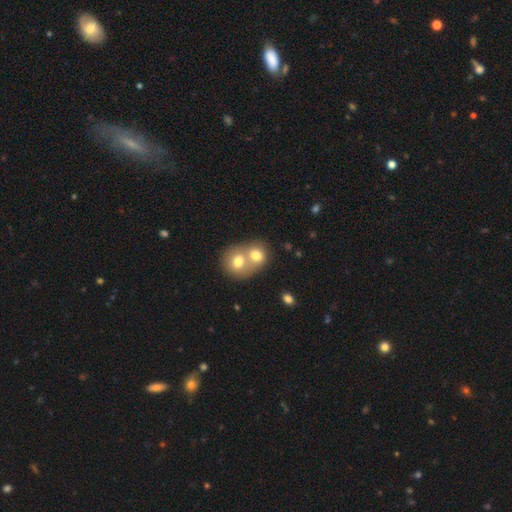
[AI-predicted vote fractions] Overall: smooth (71%). How rounded: round (70%). Merging: merger (71%).